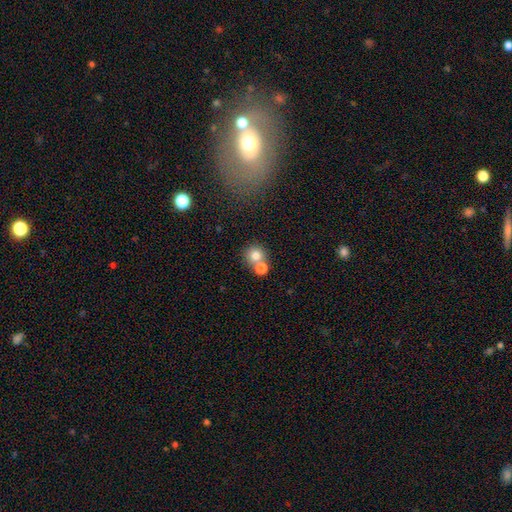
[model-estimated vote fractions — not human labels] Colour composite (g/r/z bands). It shows a smooth galaxy with no disk features (78%) that is round (90%). Merging: none (55%).